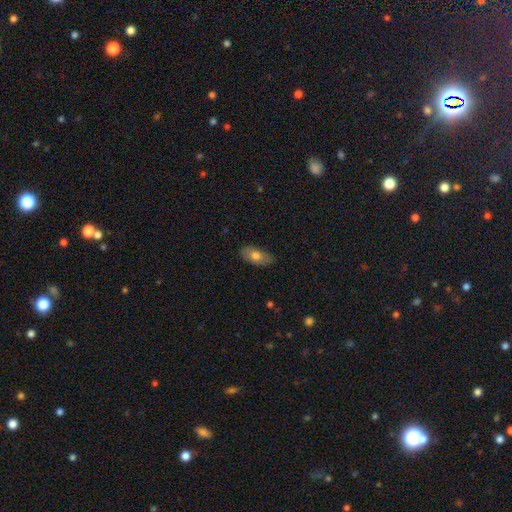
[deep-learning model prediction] Smooth or featured? smooth (71%)
How rounded? in between (89%)
Merging? none (82%)